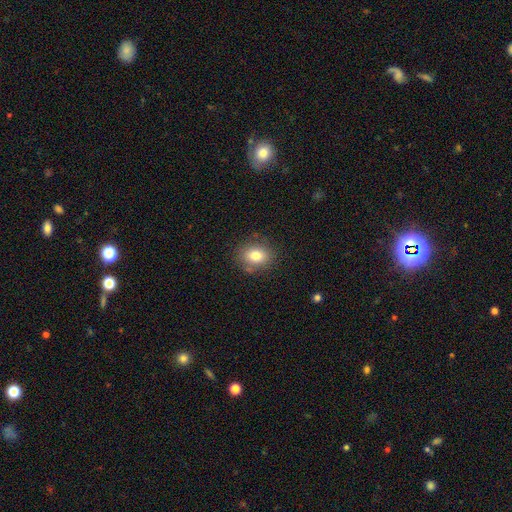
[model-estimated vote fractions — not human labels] Morphology: type=smooth (81%); roundness=in between (52%); merging=none (82%).